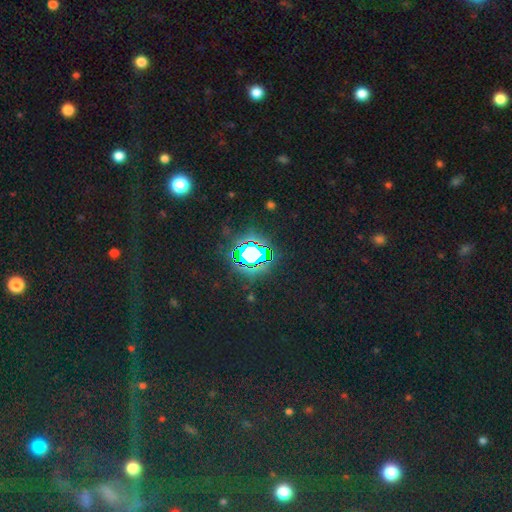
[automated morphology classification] Smooth or featured? star or artifact (82%)